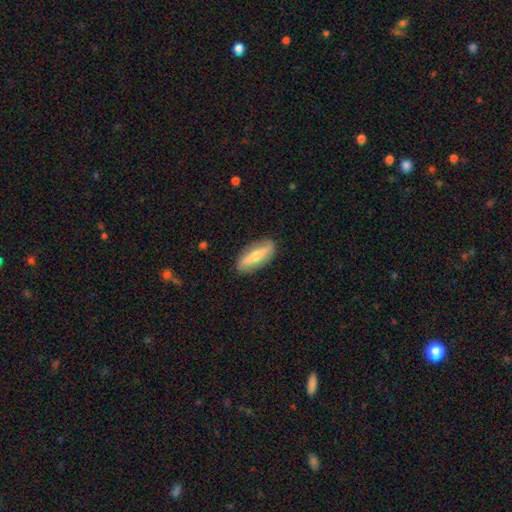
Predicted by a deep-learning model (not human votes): The model was most divided on "smooth or featured": featured or disk: 49%, smooth: 45%, star or artifact: 5%. More confident: merging — none (86%).